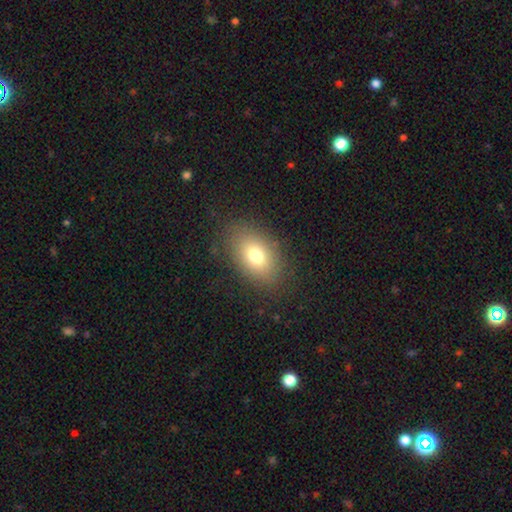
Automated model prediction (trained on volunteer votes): Morphology: type=smooth (74%); roundness=in between (80%); merging=none (83%).